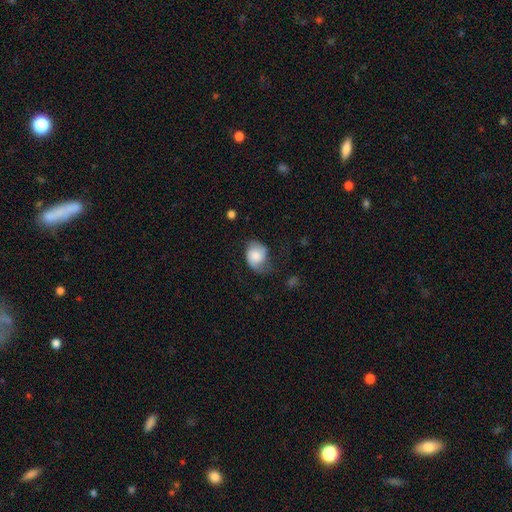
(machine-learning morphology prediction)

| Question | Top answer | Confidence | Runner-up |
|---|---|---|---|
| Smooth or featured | smooth | 56% | featured or disk (36%) |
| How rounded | in between | 57% | round (42%) |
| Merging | none | 39% | minor disturbance (35%) |